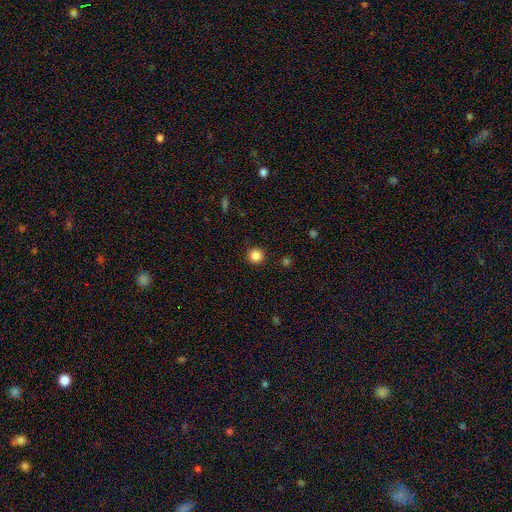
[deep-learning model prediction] This appears to be a smooth galaxy with no disk features (85%) that is round (95%). Merging: none (92%).